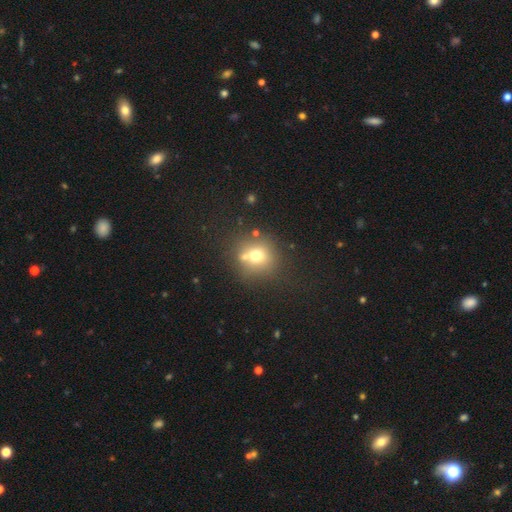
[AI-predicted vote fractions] smooth-or-featured: smooth: 67% | featured or disk: 17% | star or artifact: 15%
  how-rounded: round: 85% | in between: 14% | cigar-shaped: 1%
  merging: none: 62% | merger: 22% | minor disturbance: 11% | major disturbance: 5%